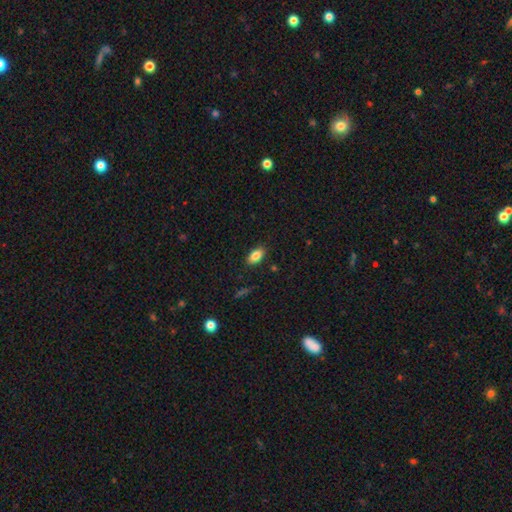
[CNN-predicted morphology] Smooth or featured? Predicted: smooth (p=0.84). How rounded? Predicted: in between (p=0.91). Merging? Predicted: none (p=0.87).